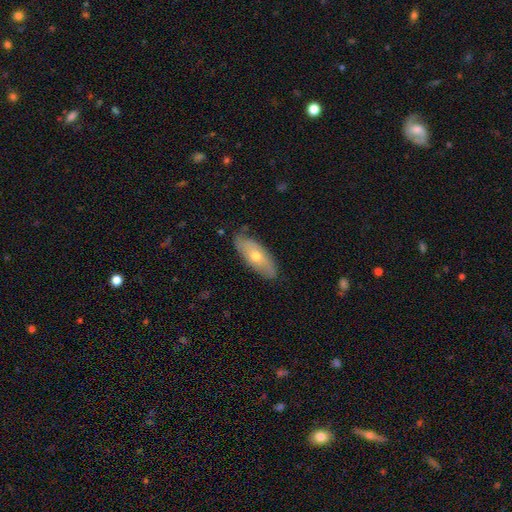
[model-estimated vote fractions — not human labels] Q: Smooth or featured?
A: smooth (51%); runner-up: featured or disk (43%)
Q: How rounded?
A: in between (73%); runner-up: cigar-shaped (24%)
Q: Merging?
A: none (81%); runner-up: minor disturbance (15%)